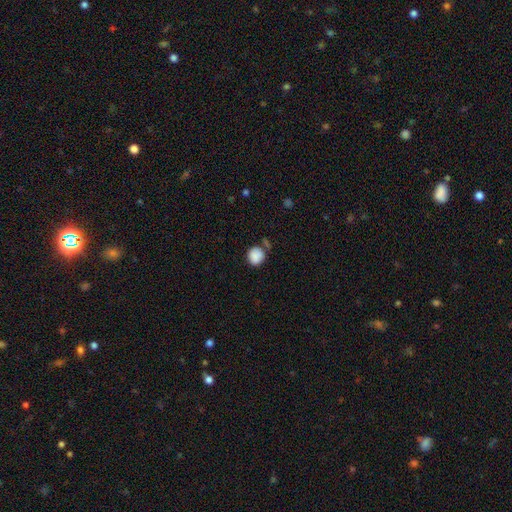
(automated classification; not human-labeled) Morphology: type=smooth (87%); roundness=round (82%); merging=none (66%).